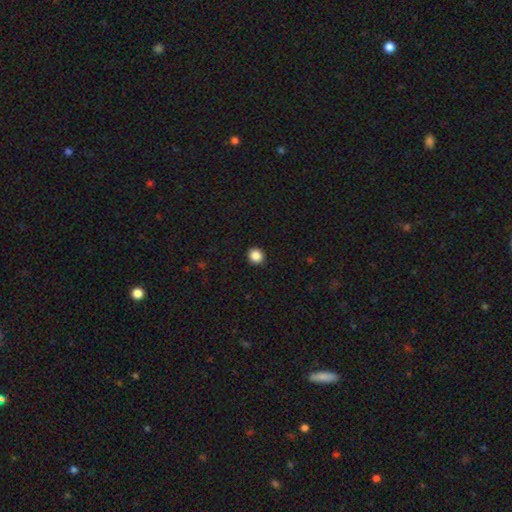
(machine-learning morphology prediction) The model was most divided on "how rounded": round: 86%, in between: 14%, cigar-shaped: 1%. More confident: merging — none (91%); smooth or featured — smooth (87%).